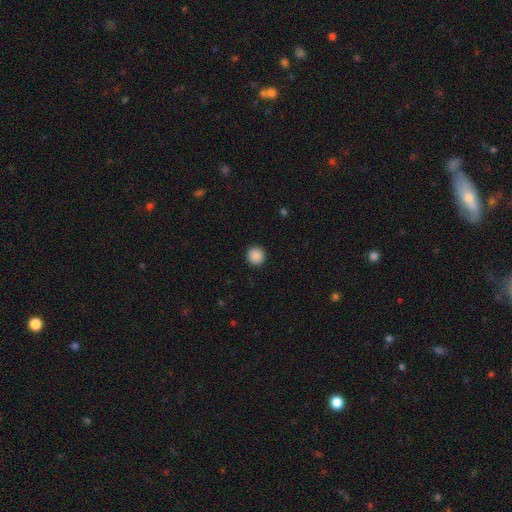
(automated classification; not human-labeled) Morphology: type=smooth (89%); roundness=round (96%); merging=none (93%).